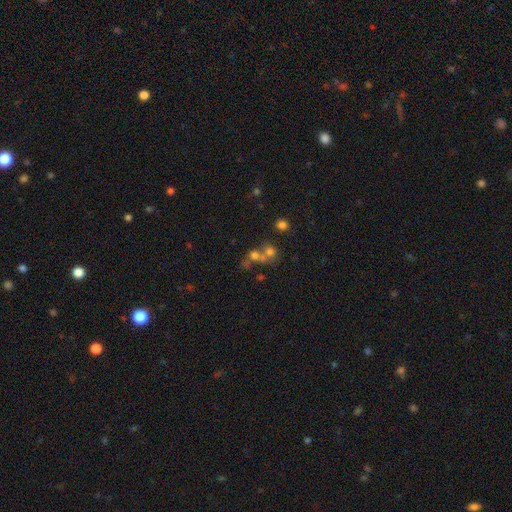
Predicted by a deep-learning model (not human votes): smooth_or_featured: smooth (p=0.58) [alt: featured or disk p=0.22]
how_rounded: round (p=0.77) [alt: in between p=0.22]
merging: merger (p=0.53) [alt: none p=0.33]